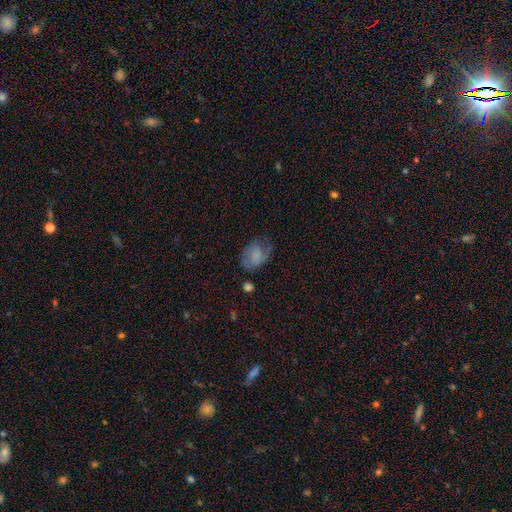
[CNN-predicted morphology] smooth_or_featured: smooth (p=0.59) [alt: featured or disk p=0.30]
how_rounded: in between (p=0.75) [alt: round p=0.24]
merging: none (p=0.47) [alt: minor disturbance p=0.29]